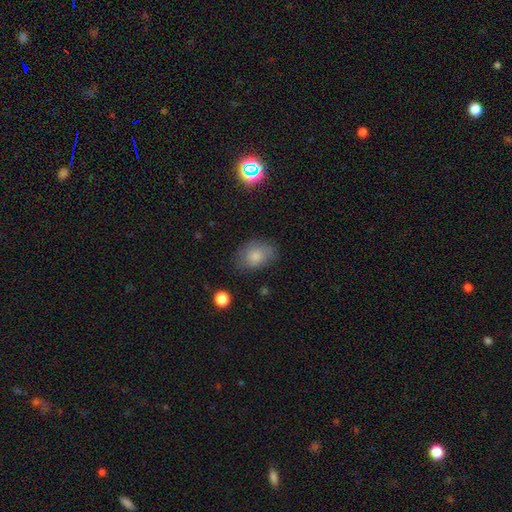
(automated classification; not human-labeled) Q: Smooth or featured?
A: smooth (79%); runner-up: featured or disk (11%)
Q: How rounded?
A: in between (72%); runner-up: round (27%)
Q: Merging?
A: none (67%); runner-up: minor disturbance (24%)